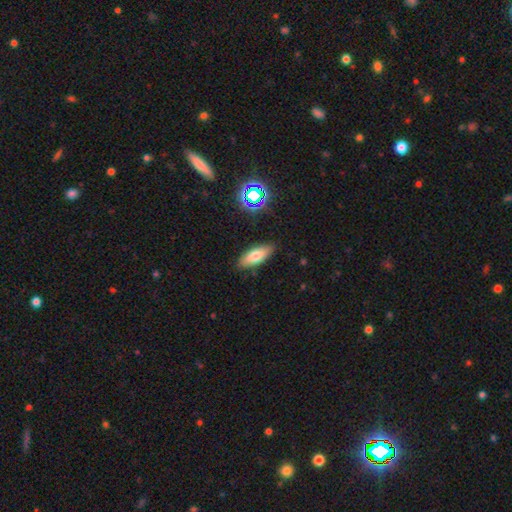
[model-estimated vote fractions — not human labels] smooth_or_featured: smooth (p=0.70) [alt: featured or disk p=0.21]
how_rounded: in between (p=0.67) [alt: cigar-shaped p=0.31]
merging: none (p=0.86) [alt: minor disturbance p=0.10]